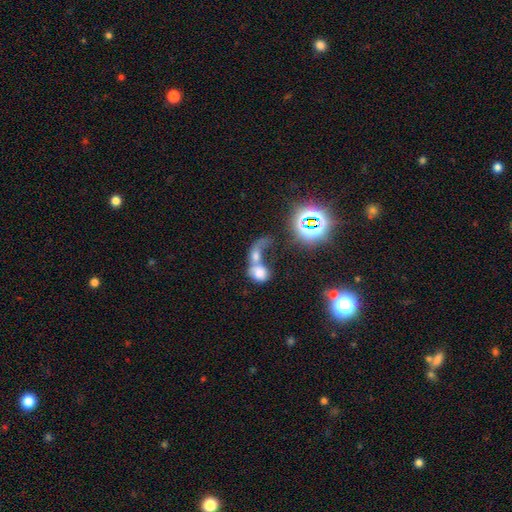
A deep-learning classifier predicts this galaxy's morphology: Smooth or featured: smooth — 56% (featured or disk — 26%)
How rounded: in between — 56% (round — 41%)
Merging: merger — 72% (major disturbance — 12%)